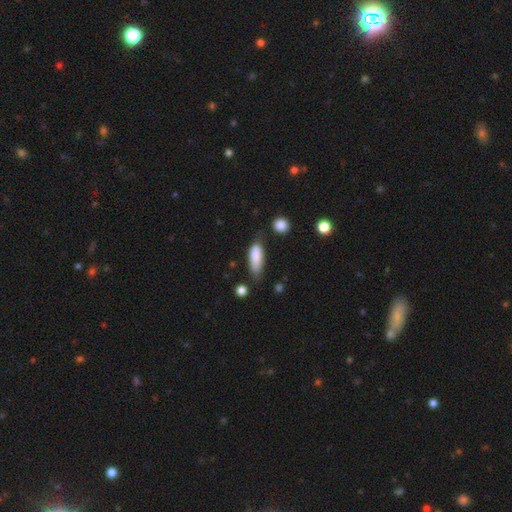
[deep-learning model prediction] Morphology: type=smooth (85%); roundness=in between (66%); merging=none (54%).